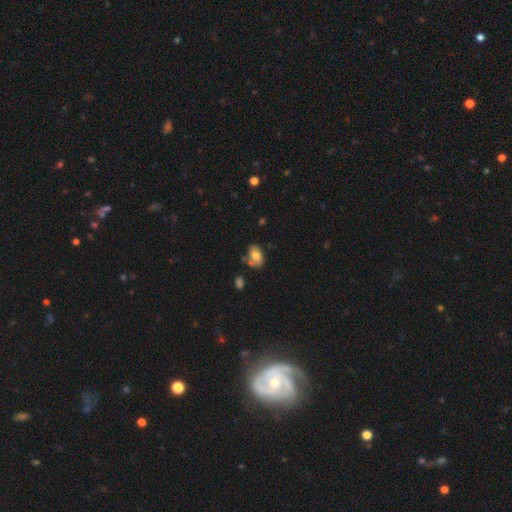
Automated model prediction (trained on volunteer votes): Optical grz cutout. It shows a smooth galaxy with no disk features (70%) that is in between round and cigar-shaped (84%). Merging: none (47%).